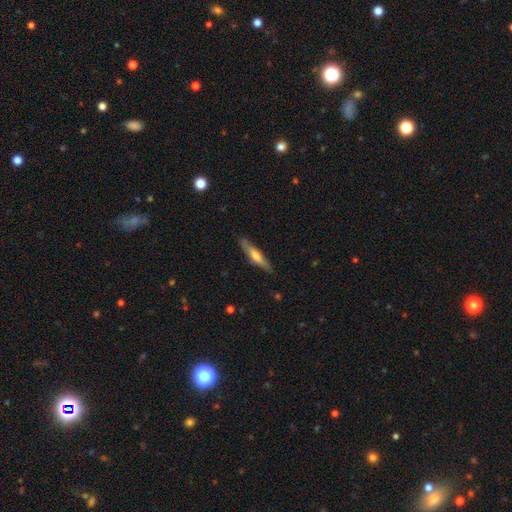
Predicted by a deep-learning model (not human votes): Q: Smooth or featured?
A: smooth (48%); runner-up: featured or disk (46%)
Q: Merging?
A: none (84%); runner-up: minor disturbance (13%)